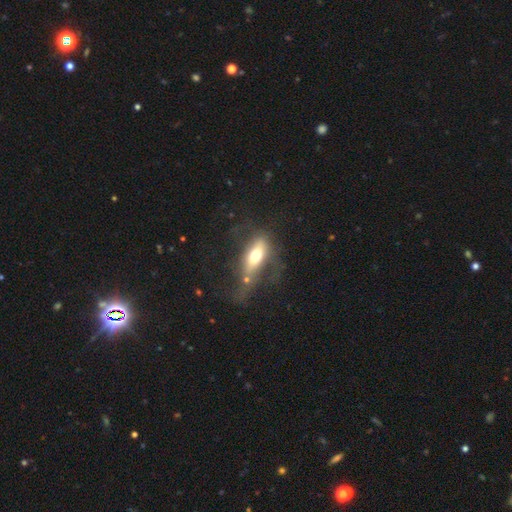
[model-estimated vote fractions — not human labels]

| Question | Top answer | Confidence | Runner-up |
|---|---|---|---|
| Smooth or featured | smooth | 54% | featured or disk (38%) |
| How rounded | in between | 71% | cigar-shaped (24%) |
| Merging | none | 39% | major disturbance (32%) |